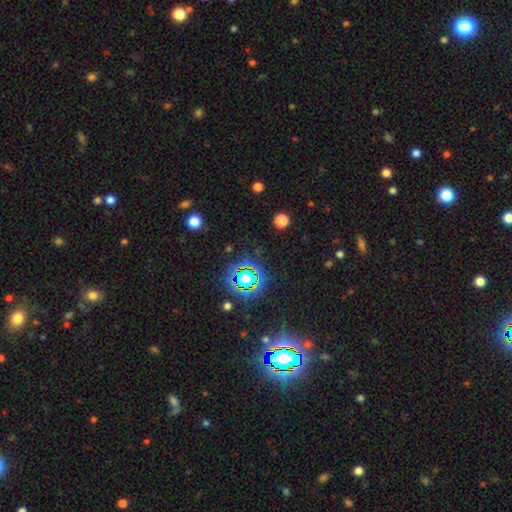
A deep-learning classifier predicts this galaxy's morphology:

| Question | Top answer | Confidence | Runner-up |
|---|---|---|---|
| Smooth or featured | star or artifact | 81% | smooth (12%) |